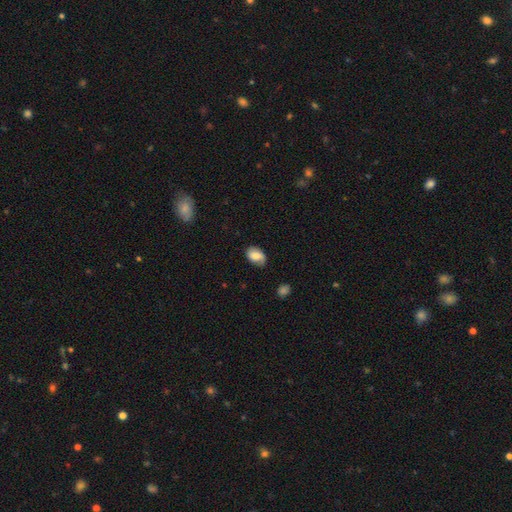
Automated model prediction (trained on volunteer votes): Smooth or featured?
  - smooth: 69% *
  - featured or disk: 23%
  - star or artifact: 8%
How rounded?
  - in between: 83% *
  - round: 16%
  - cigar-shaped: 1%
Merging?
  - none: 70% *
  - minor disturbance: 23%
  - major disturbance: 5%
  - merger: 1%